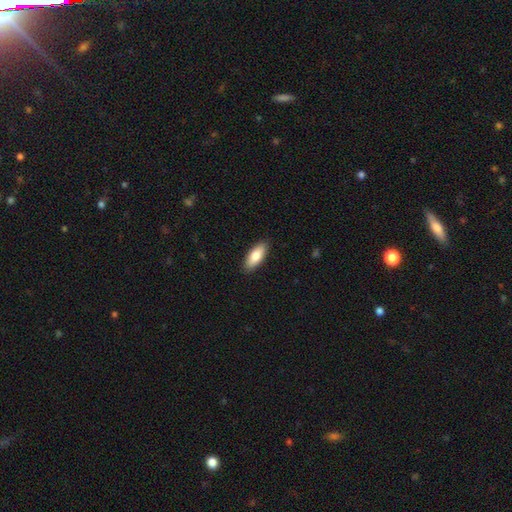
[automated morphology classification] type=smooth (81%); roundness=in between (76%); merging=none (89%).